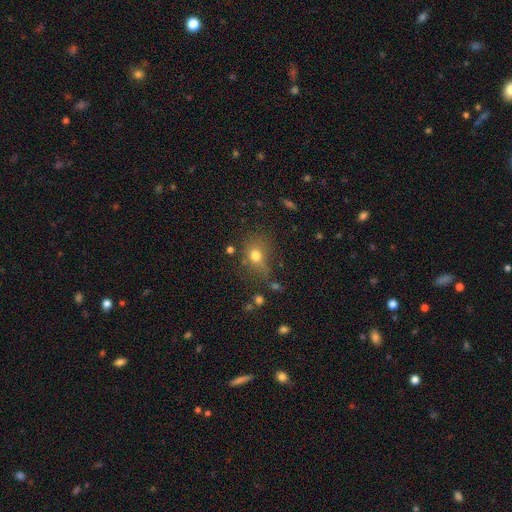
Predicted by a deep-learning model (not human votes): Q: Smooth or featured?
A: smooth (71%); runner-up: star or artifact (15%)
Q: How rounded?
A: round (51%); runner-up: in between (47%)
Q: Merging?
A: none (49%); runner-up: minor disturbance (25%)